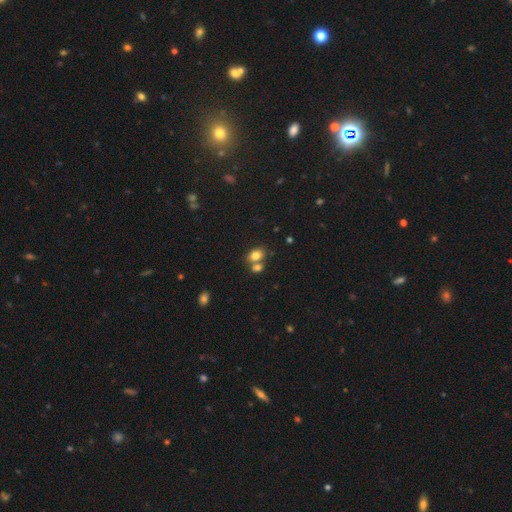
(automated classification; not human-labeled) Smooth or featured?
  - smooth: 80% *
  - star or artifact: 11%
  - featured or disk: 9%
How rounded?
  - in between: 69% *
  - round: 29%
  - cigar-shaped: 1%
Merging?
  - merger: 43% * (tied)
  - none: 43% * (tied)
  - minor disturbance: 10%
  - major disturbance: 4%